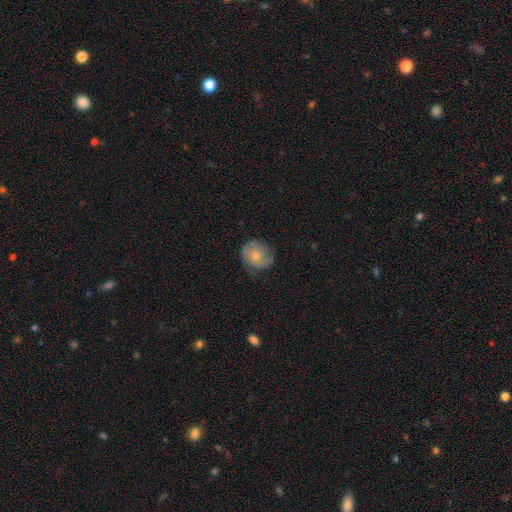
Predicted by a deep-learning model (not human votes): Smooth or featured?
  - smooth: 67% *
  - featured or disk: 26%
  - star or artifact: 7%
How rounded?
  - round: 73% *
  - in between: 26%
  - cigar-shaped: 1%
Merging?
  - none: 63% *
  - minor disturbance: 27%
  - major disturbance: 9%
  - merger: 1%